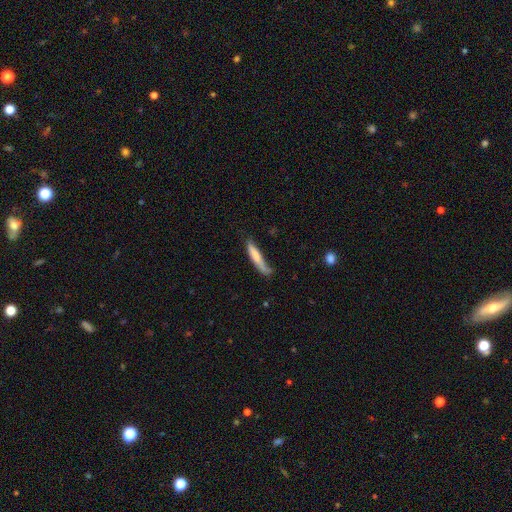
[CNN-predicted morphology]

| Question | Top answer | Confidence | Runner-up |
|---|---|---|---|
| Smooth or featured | smooth | 73% | featured or disk (21%) |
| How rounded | cigar-shaped | 89% | in between (10%) |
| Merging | none | 55% | minor disturbance (29%) |